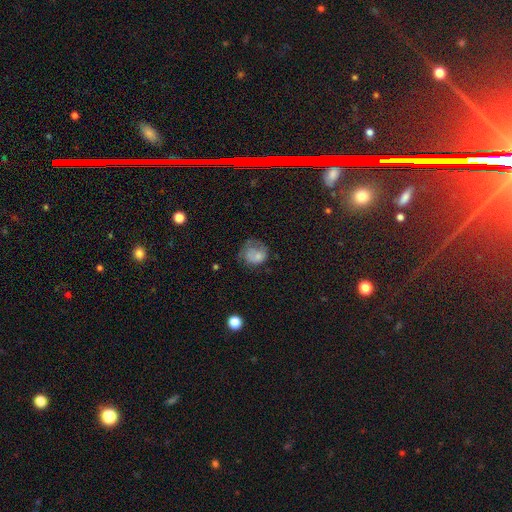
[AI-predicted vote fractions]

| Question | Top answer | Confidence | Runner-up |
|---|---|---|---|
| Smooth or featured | smooth | 64% | featured or disk (25%) |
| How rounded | round | 67% | in between (32%) |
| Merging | none | 35% | major disturbance (33%) |